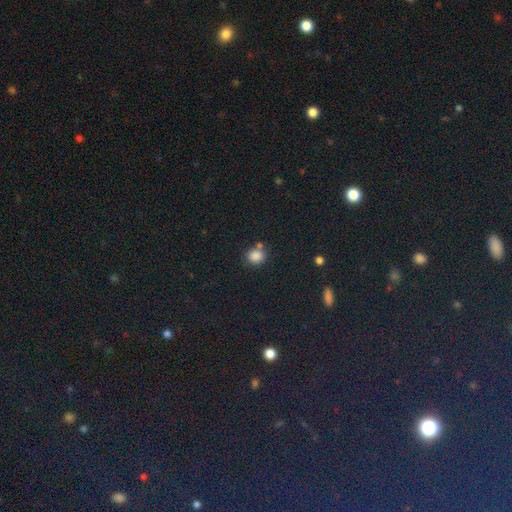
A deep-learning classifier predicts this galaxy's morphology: type=smooth (83%); roundness=round (72%); merging=none (63%).